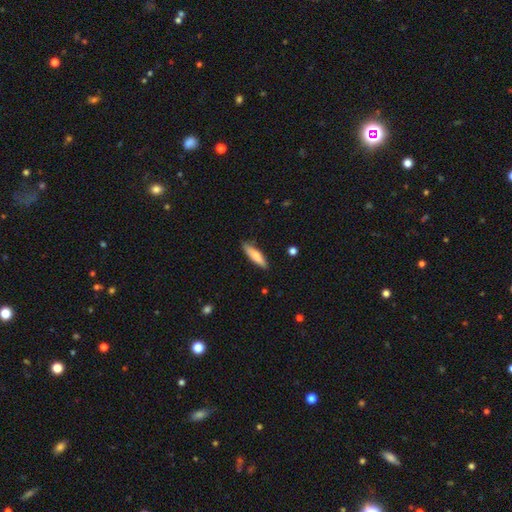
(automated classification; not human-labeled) smooth 74%, featured or disk 20%, star or artifact 6%. Down the decision tree: how rounded — cigar-shaped (70%); merging — none (85%).